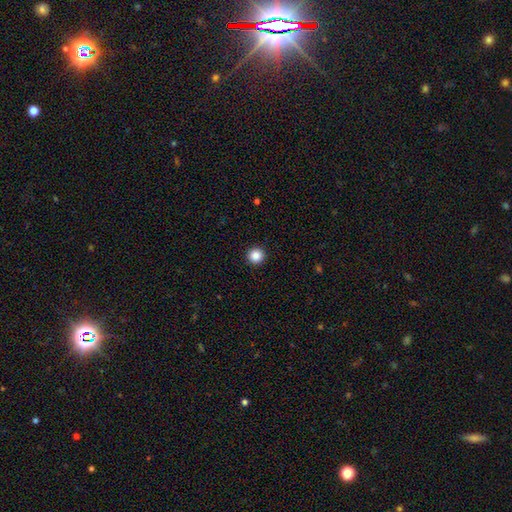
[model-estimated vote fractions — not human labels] This is clearly a smooth galaxy (86%). How rounded: clearly round (96%). Merging: clearly none (94%).